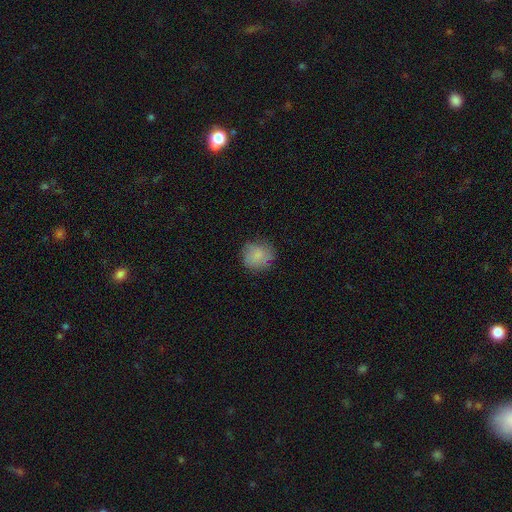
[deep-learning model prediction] smooth-or-featured: smooth: 82% | featured or disk: 9% | star or artifact: 9%
  how-rounded: round: 88% | in between: 11% | cigar-shaped: 1%
  merging: none: 76% | minor disturbance: 18% | major disturbance: 5% | merger: 1%